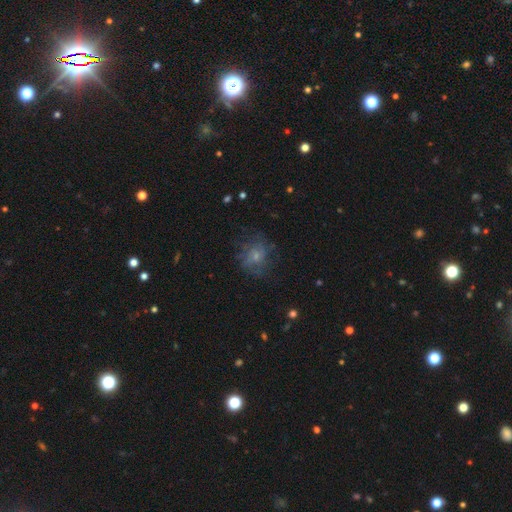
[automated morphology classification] The model was most divided on "smooth or featured": smooth: 45%, featured or disk: 40%, star or artifact: 15%. More confident: merging — none (61%).